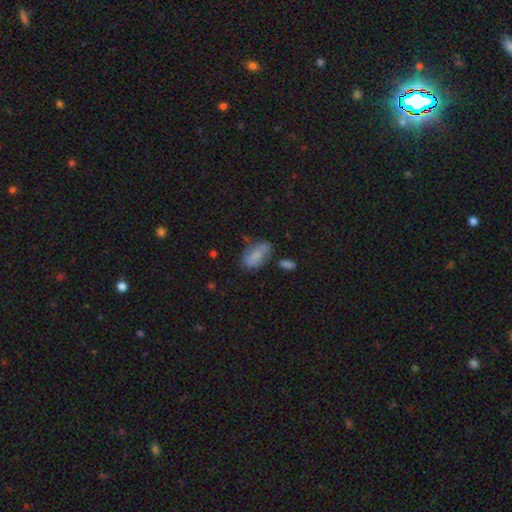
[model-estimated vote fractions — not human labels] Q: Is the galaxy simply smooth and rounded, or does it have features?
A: smooth — 77%.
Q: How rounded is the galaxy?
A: in between — 91%.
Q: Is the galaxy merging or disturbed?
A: none — 57%.